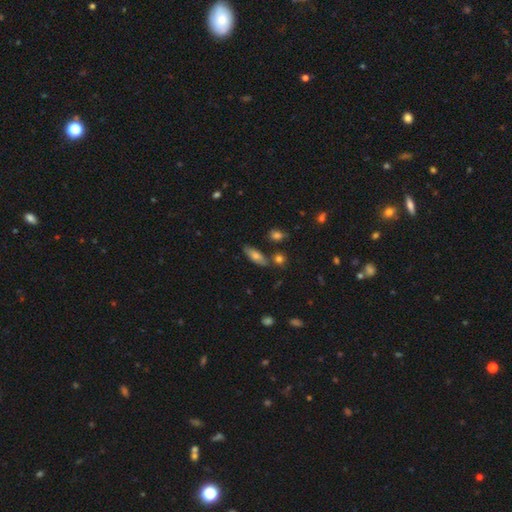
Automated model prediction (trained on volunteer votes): Morphology: type=smooth (67%); roundness=in between (65%); merging=none (75%).